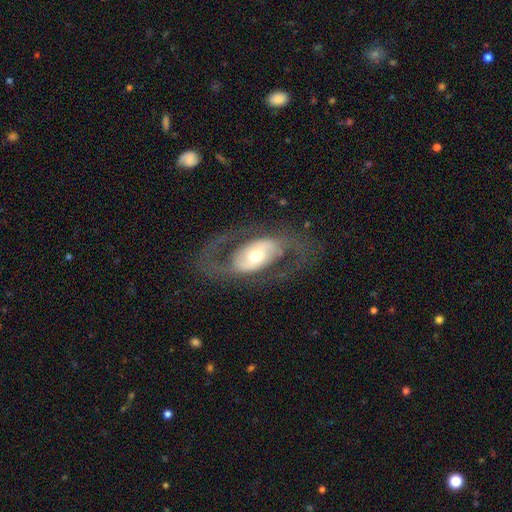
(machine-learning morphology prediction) featured or disk 79%, smooth 16%, star or artifact 5%. Down the decision tree: edge-on disk — no (93%); bar — no (45%); spiral arms — yes (75%); spiral arm count — 2 (87%); spiral winding — medium (47%); bulge size — moderate (67%); merging — none (71%).